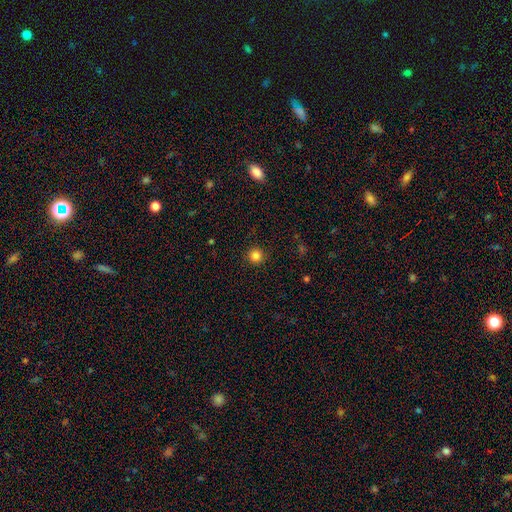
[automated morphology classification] A smooth galaxy with no disk features (84%) that is round (95%).

Vote fractions:
- Smooth or featured? smooth: 84% / star or artifact: 12% / featured or disk: 4%
- How rounded? round: 95% / in between: 4% / cigar-shaped: 1%
- Merging? none: 92% / minor disturbance: 5% / major disturbance: 2% / merger: 1%